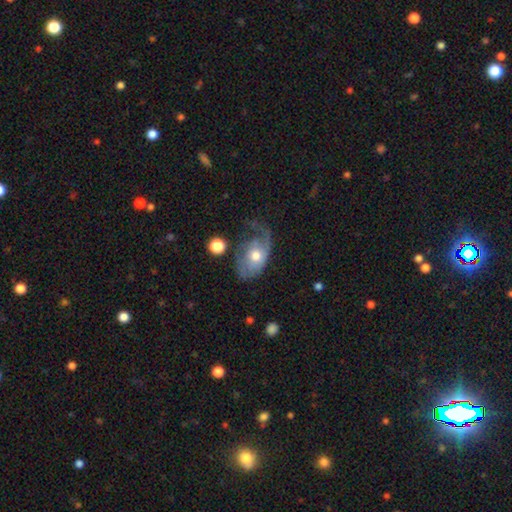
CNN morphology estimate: The model was most divided on "smooth or featured": featured or disk: 50%, smooth: 43%, star or artifact: 7%. Remaining: edge-on disk — no (94%); merging — major disturbance (43%).